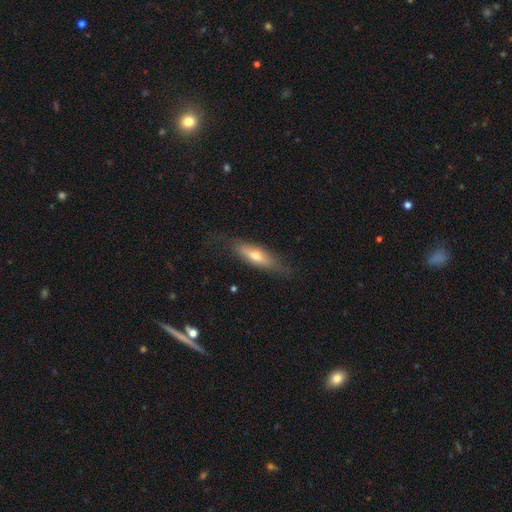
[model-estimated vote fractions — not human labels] Overall: smooth (52%; featured or disk 41%). How rounded: cigar-shaped (61%; in between 37%). Merging: none (74%).